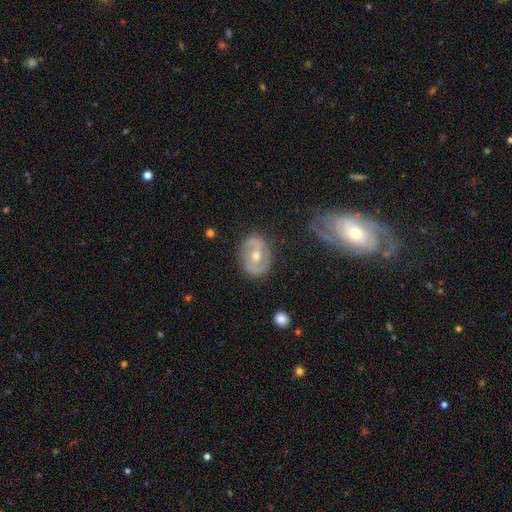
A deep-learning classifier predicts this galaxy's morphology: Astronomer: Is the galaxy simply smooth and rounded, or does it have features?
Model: featured or disk — 70%.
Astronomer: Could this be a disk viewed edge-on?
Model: no — 94%.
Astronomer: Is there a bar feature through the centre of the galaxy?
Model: no — 35%, tied with weak at 35%.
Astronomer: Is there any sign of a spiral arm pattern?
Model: yes — 62% (runner-up: no, 38%).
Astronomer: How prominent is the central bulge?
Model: moderate — 68%.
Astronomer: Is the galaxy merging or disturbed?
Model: none — 77%.